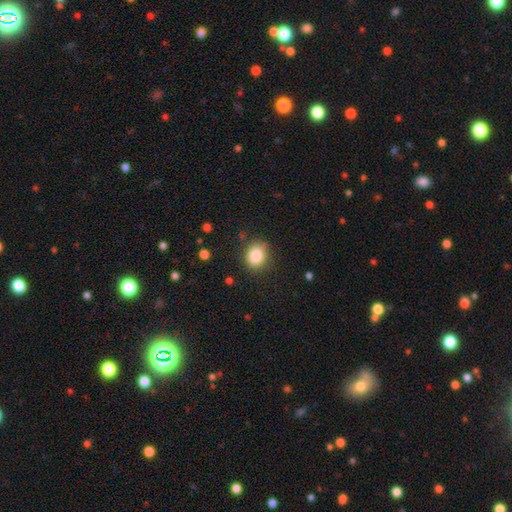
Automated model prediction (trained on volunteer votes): This appears to be a smooth galaxy with no disk features (86%) that is round (57%). Merging: none (80%).